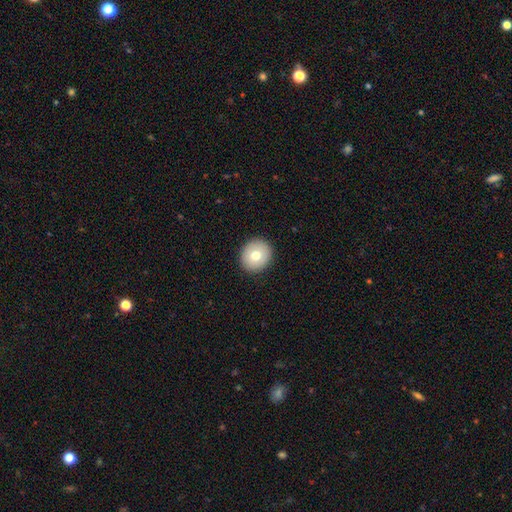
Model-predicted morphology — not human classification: A smooth galaxy with no disk features (74%) that is round (86%). Merging: none (91%).